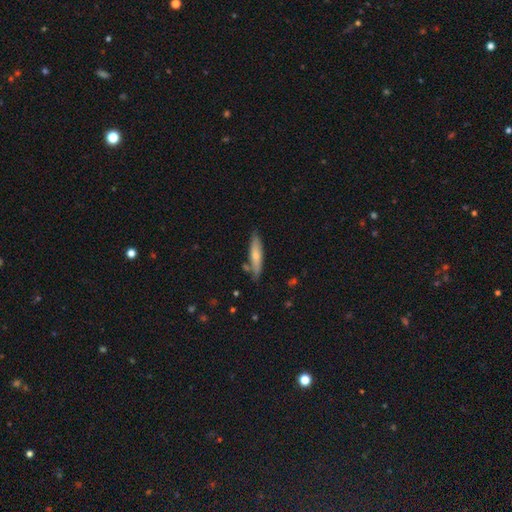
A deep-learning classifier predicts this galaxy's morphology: This is likely a smooth galaxy (61%). How rounded: clearly cigar-shaped (81%). Merging: likely none (76%).